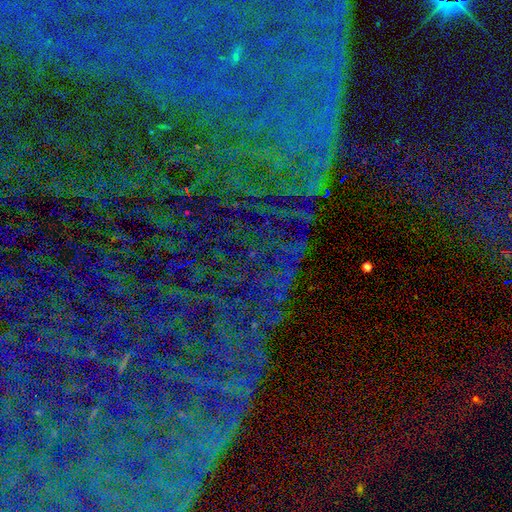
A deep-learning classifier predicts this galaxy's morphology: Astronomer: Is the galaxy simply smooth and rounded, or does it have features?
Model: star or artifact — 82%.